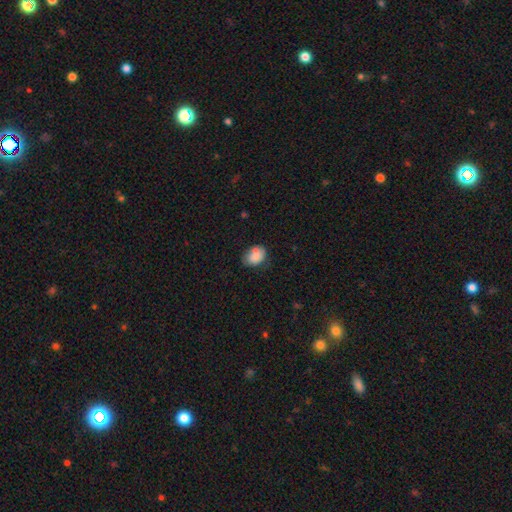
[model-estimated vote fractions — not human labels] A smooth galaxy with no disk features (80%) that is in between round and cigar-shaped (74%).

Vote fractions:
- Smooth or featured? smooth: 80% / featured or disk: 11% / star or artifact: 8%
- How rounded? in between: 74% / round: 25% / cigar-shaped: 1%
- Merging? none: 55% / minor disturbance: 25% / merger: 13% / major disturbance: 7%